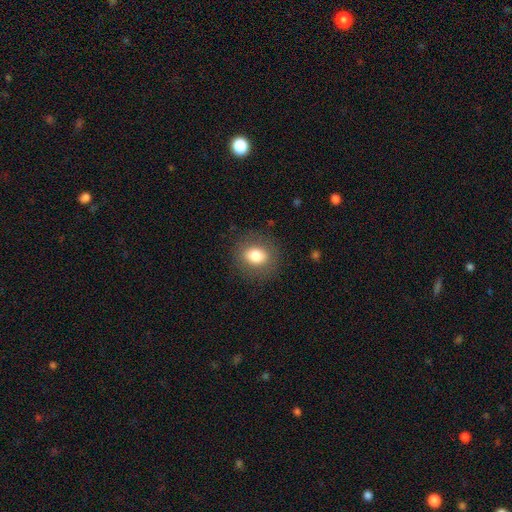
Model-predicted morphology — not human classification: A smooth galaxy with no disk features (77%) that is round (64%). Merging: none (86%).